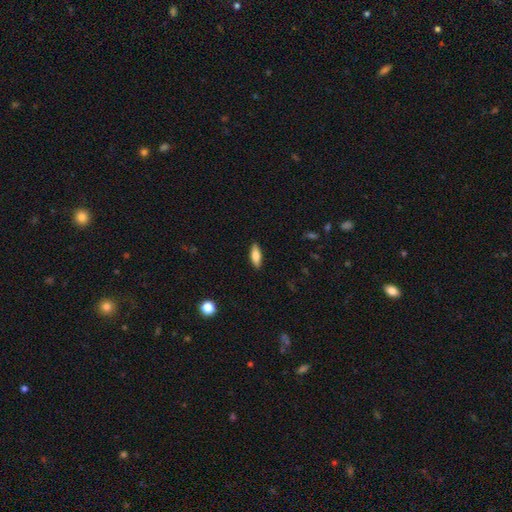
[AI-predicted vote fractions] smooth_or_featured: smooth (p=0.77) [alt: featured or disk p=0.17]
how_rounded: in between (p=0.64) [alt: cigar-shaped p=0.33]
merging: none (p=0.89) [alt: minor disturbance p=0.08]